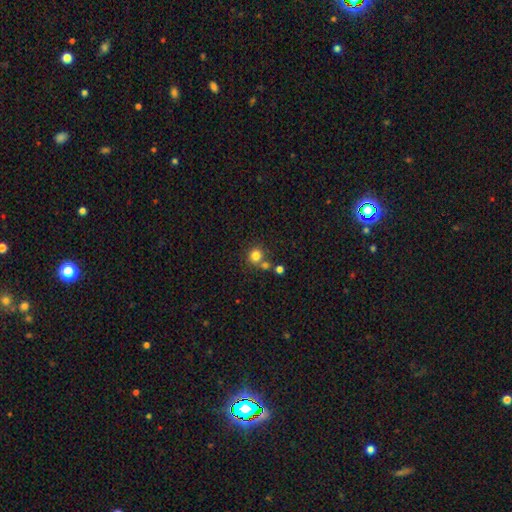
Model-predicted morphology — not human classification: smooth_or_featured: smooth (p=0.81) [alt: star or artifact p=0.12]
how_rounded: round (p=0.88) [alt: in between p=0.11]
merging: none (p=0.64) [alt: merger p=0.23]